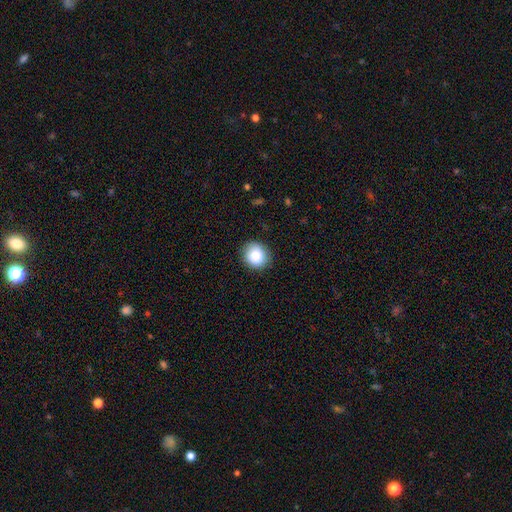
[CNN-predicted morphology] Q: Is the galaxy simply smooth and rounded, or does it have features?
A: smooth — 84%.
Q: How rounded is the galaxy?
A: round — 81%.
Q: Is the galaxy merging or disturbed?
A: none — 88%.